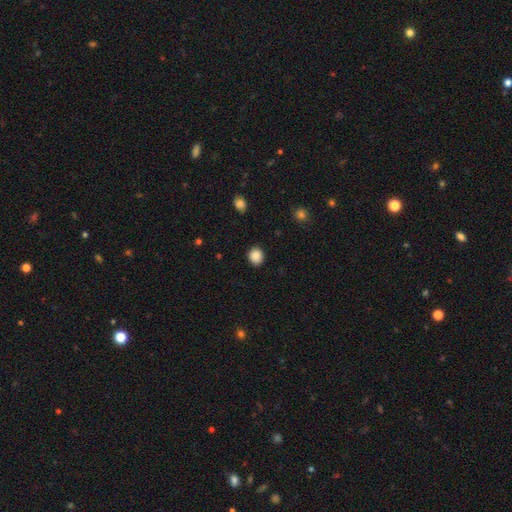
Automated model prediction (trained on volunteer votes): smooth-or-featured: smooth: 88% | star or artifact: 9% | featured or disk: 4%
  how-rounded: round: 69% | in between: 30% | cigar-shaped: 1%
  merging: none: 89% | minor disturbance: 8% | major disturbance: 2% | merger: 1%